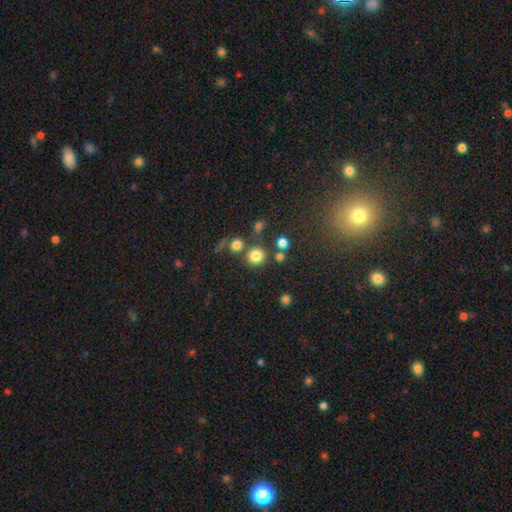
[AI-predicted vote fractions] This appears to be a smooth galaxy with no disk features (80%) that is round (89%). Merging: none (71%).